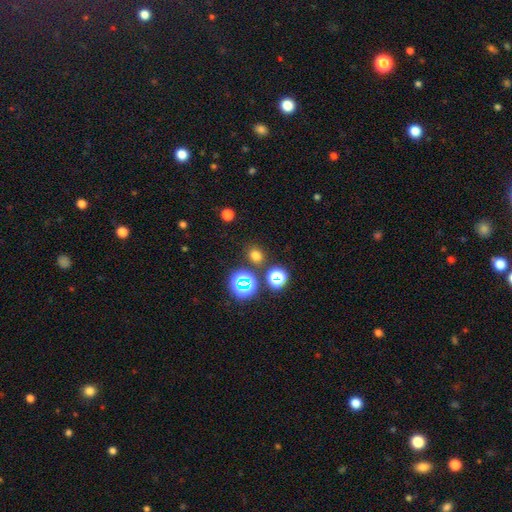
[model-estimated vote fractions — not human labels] Overall: smooth (66%; star or artifact 28%). How rounded: round (69%; in between 30%). Merging: none (82%).